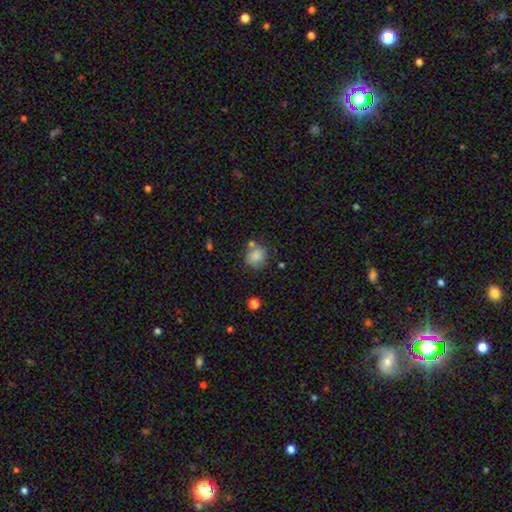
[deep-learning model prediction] smooth_or_featured: smooth (p=0.85) [alt: star or artifact p=0.10]
how_rounded: round (p=0.81) [alt: in between p=0.18]
merging: none (p=0.70) [alt: minor disturbance p=0.14]